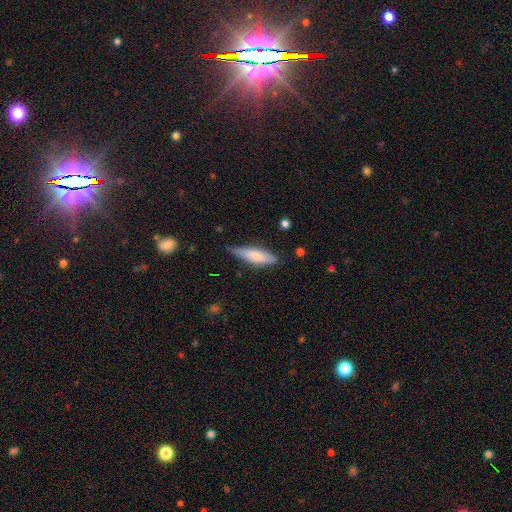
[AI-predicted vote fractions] This is likely a smooth galaxy (75%). How rounded: possibly cigar-shaped (58%). Merging: likely none (66%).